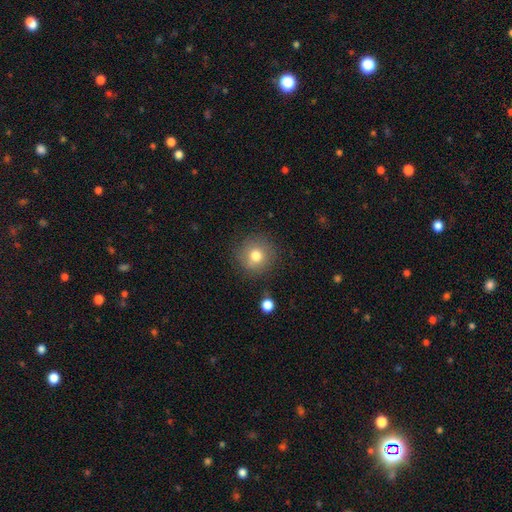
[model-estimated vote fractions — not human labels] A smooth galaxy with no disk features (77%) that is round (92%). Merging: none (84%).